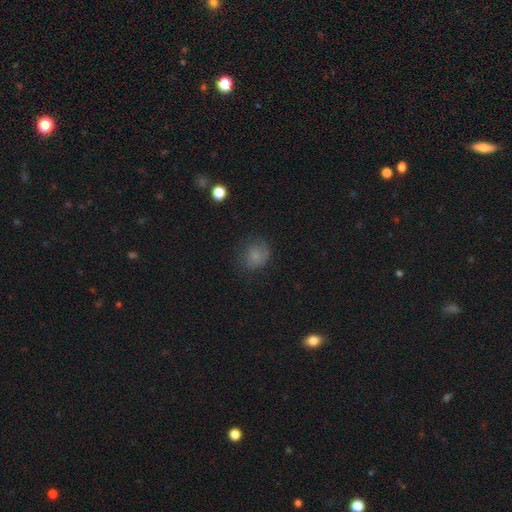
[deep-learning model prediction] Q: Smooth or featured?
A: smooth (73%); runner-up: featured or disk (14%)
Q: How rounded?
A: round (66%); runner-up: in between (33%)
Q: Merging?
A: none (64%); runner-up: minor disturbance (24%)